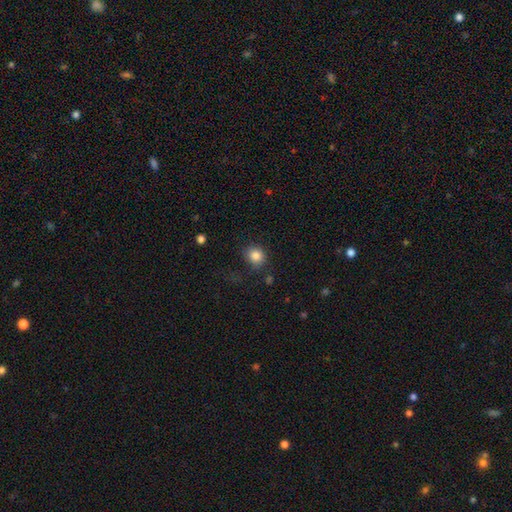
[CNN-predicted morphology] This appears to be a smooth galaxy with no disk features (84%) that is round (77%). Merging: none (77%).